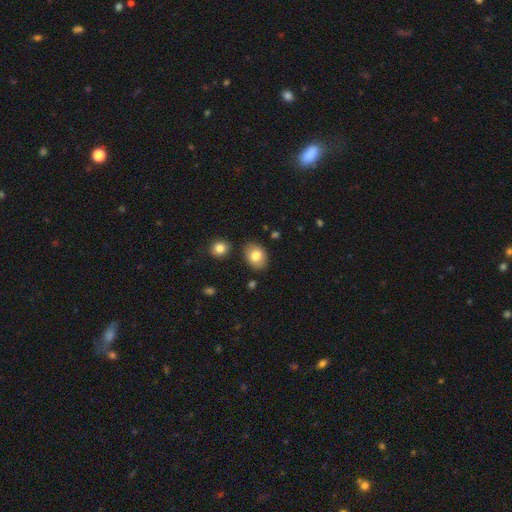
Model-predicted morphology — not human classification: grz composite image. It shows a smooth galaxy with no disk features (81%) that is in between round and cigar-shaped (73%). Merging: none (83%).